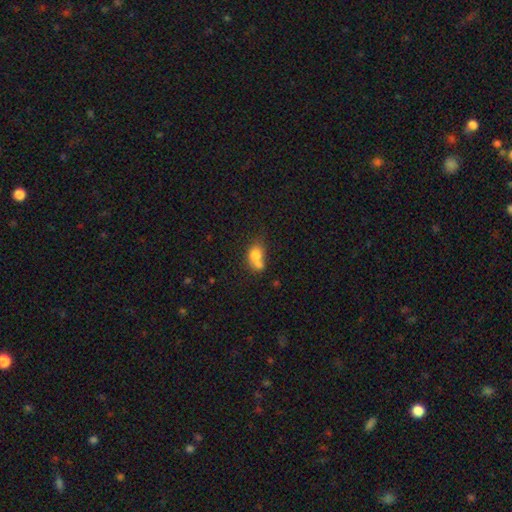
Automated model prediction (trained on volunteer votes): Q: Smooth or featured?
A: smooth (75%); runner-up: featured or disk (15%)
Q: How rounded?
A: round (53%); runner-up: in between (46%)
Q: Merging?
A: merger (59%); runner-up: none (26%)